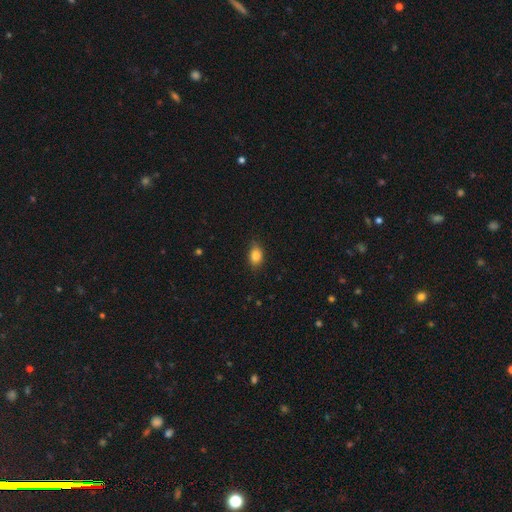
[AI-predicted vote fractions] This appears to be a smooth galaxy with no disk features (84%) that is in between round and cigar-shaped (77%). Merging: none (81%).